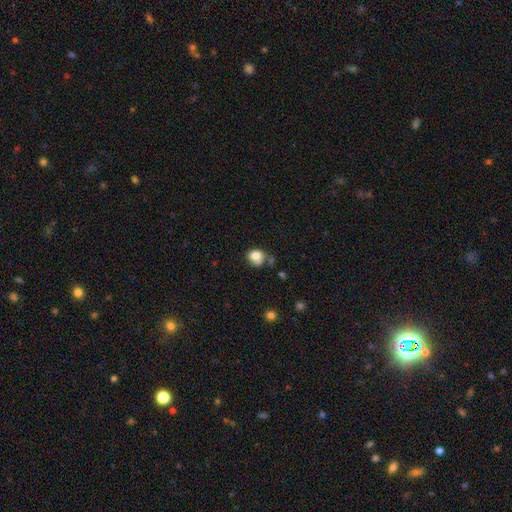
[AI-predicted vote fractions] smooth-or-featured: smooth: 76% | featured or disk: 14% | star or artifact: 10%
  how-rounded: round: 63% | in between: 36% | cigar-shaped: 1%
  merging: none: 44% | minor disturbance: 27% | merger: 15% | major disturbance: 13%